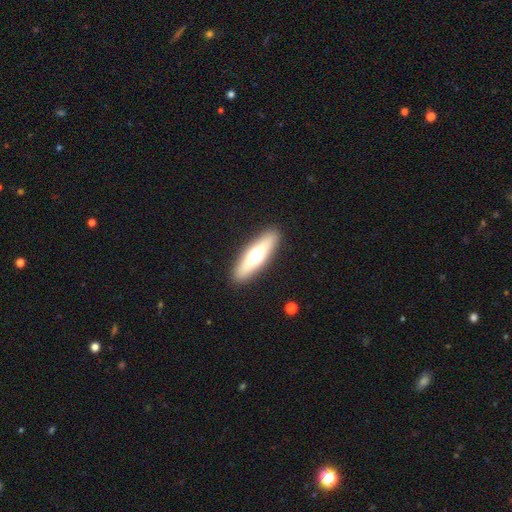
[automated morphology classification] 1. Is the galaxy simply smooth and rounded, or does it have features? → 50% smooth, 43% featured or disk, 7% star or artifact.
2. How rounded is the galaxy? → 63% cigar-shaped, 35% in between, 3% round.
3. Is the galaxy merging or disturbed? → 90% none, 7% minor disturbance, 2% major disturbance, 1% merger.